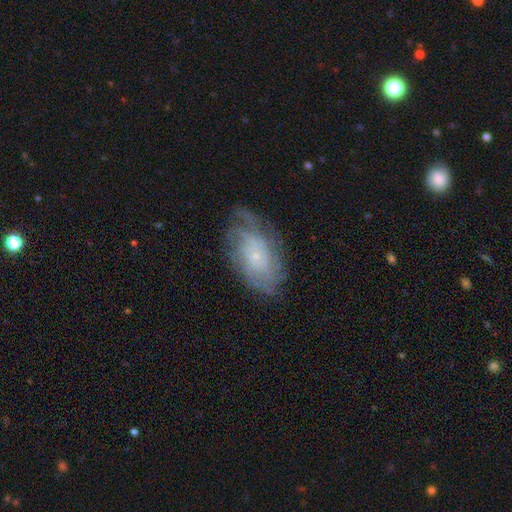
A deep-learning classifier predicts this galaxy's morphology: smooth-or-featured: featured or disk: 70% | smooth: 22% | star or artifact: 8%
  disk-edge-on: no: 94% | yes: 6%
    bar: no: 80% | weak: 17% | strong: 3%
    has-spiral-arms: yes: 88% | no: 12%
      spiral-winding: tight: 58% | medium: 29% | loose: 13%
      spiral-arm-count: can't tell: 53% | 4: 12% | 2: 11% | 3: 10% | more than 4: 8% | 1: 5%
    bulge-size: small: 81% | moderate: 12% | none: 4% | large: 2% | dominant: 1%
  merging: none: 69% | minor disturbance: 21% | major disturbance: 10% | merger: 1%